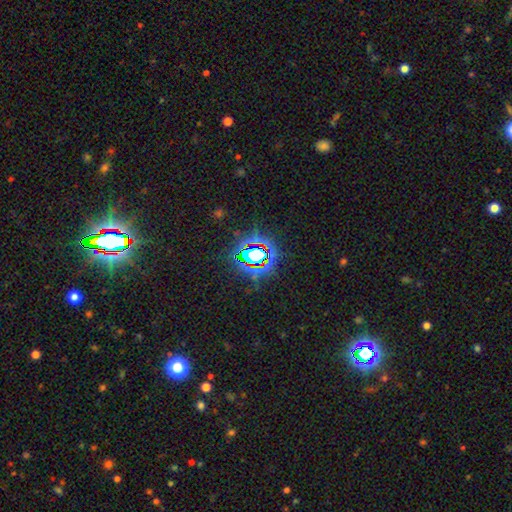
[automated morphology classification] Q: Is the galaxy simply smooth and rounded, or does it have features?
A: star or artifact — 75%.